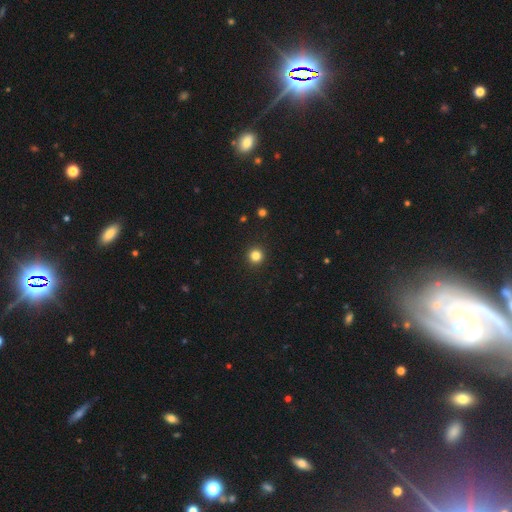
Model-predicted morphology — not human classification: smooth-or-featured: smooth: 83% | star or artifact: 13% | featured or disk: 4%
  how-rounded: round: 95% | in between: 4% | cigar-shaped: 1%
  merging: none: 93% | minor disturbance: 4% | major disturbance: 2% | merger: 1%